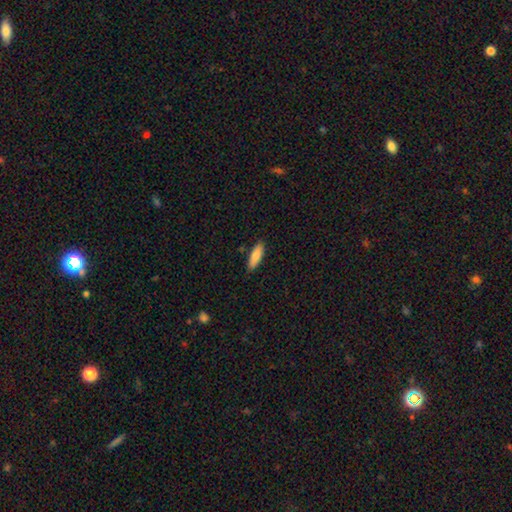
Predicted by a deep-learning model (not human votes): Morphology: type=smooth (82%); roundness=cigar-shaped (53%); merging=none (86%).